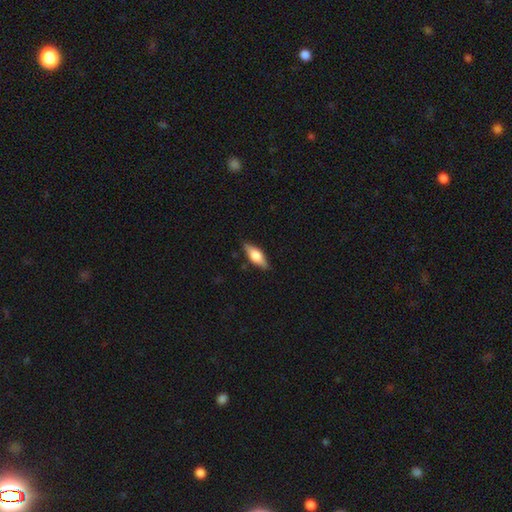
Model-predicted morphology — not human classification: A smooth galaxy with no disk features (57%) that is in between round and cigar-shaped (70%). Merging: none (86%).